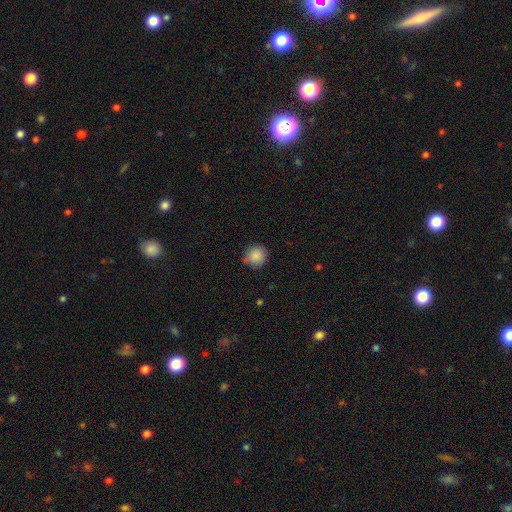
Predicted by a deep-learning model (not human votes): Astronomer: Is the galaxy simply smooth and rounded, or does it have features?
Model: smooth — 87%.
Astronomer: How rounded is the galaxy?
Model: round — 91%.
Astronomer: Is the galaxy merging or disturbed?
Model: none — 72%.